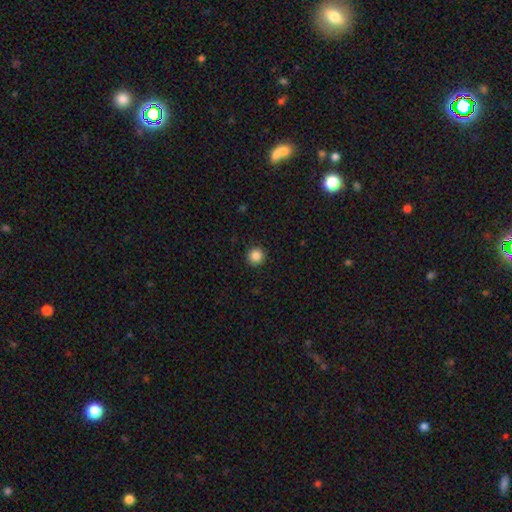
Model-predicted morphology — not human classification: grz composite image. It shows a smooth galaxy with no disk features (87%) that is round (95%). Merging: none (92%).